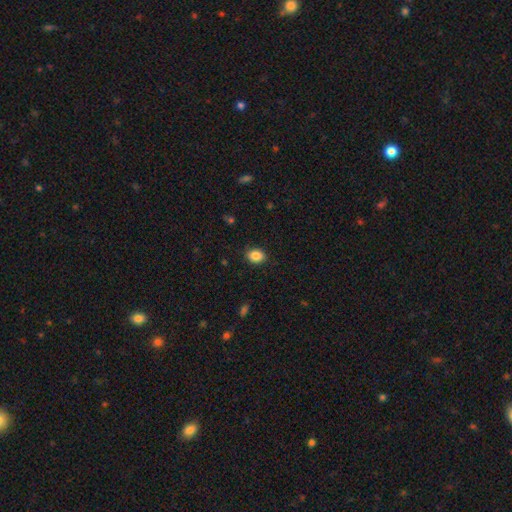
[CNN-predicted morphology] The model was most divided on "how rounded": in between: 57%, round: 42%, cigar-shaped: 1%. More confident: merging — none (88%); smooth or featured — smooth (87%).